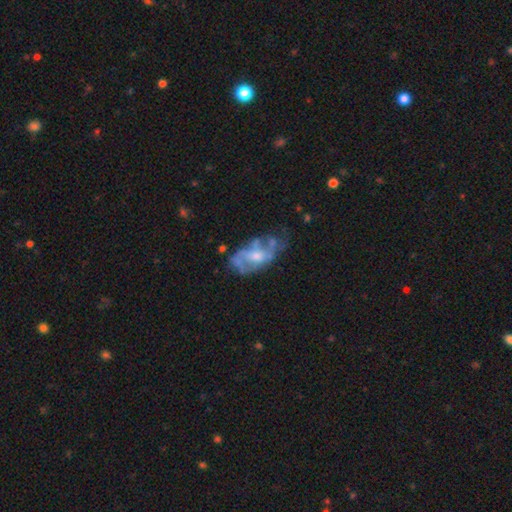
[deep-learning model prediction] A featured or disk galaxy (70%) with no bar (63%), spiral arms (56%) and a moderate central bulge (53%). Merging: none (44%).